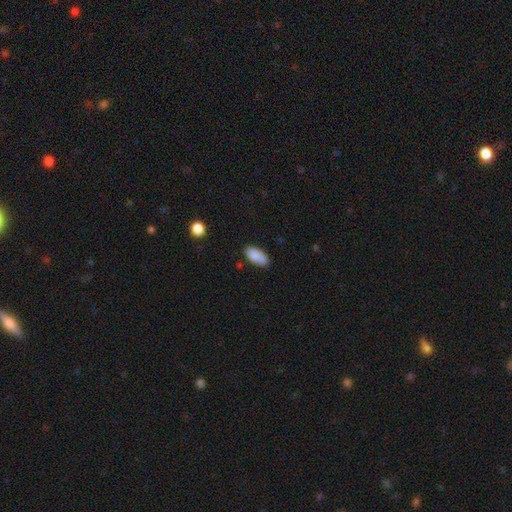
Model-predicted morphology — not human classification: A smooth galaxy with no disk features (88%) that is in between round and cigar-shaped (91%).

Vote fractions:
- Smooth or featured? smooth: 88% / star or artifact: 7% / featured or disk: 5%
- How rounded? in between: 91% / cigar-shaped: 7% / round: 2%
- Merging? none: 82% / minor disturbance: 14% / major disturbance: 3% / merger: 2%